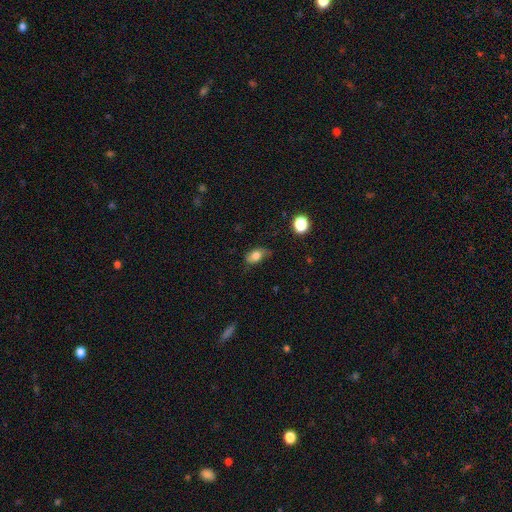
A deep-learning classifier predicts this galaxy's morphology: This is likely a smooth galaxy (73%). How rounded: clearly in between (83%). Merging: possibly none (60%).